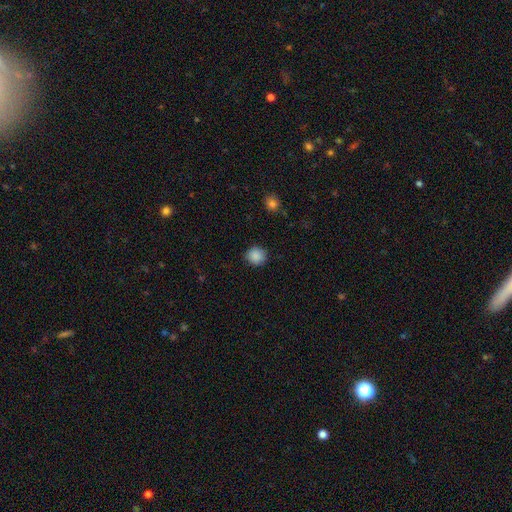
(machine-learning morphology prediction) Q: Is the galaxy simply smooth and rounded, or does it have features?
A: smooth — 88%.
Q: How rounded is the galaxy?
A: round — 88%.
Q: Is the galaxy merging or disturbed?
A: none — 89%.